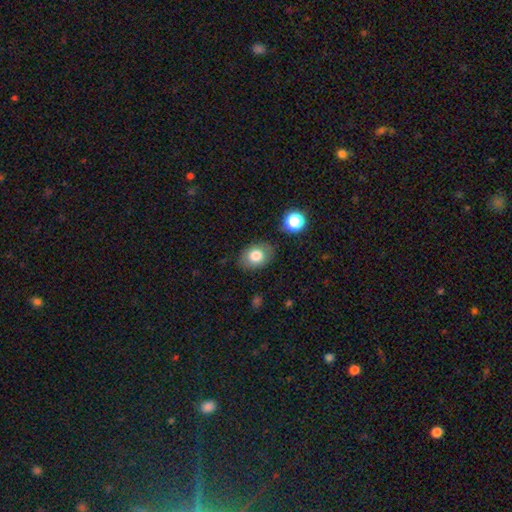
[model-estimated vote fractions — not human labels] Overall: smooth (78%). How rounded: in between (68%; round 31%). Merging: none (81%).